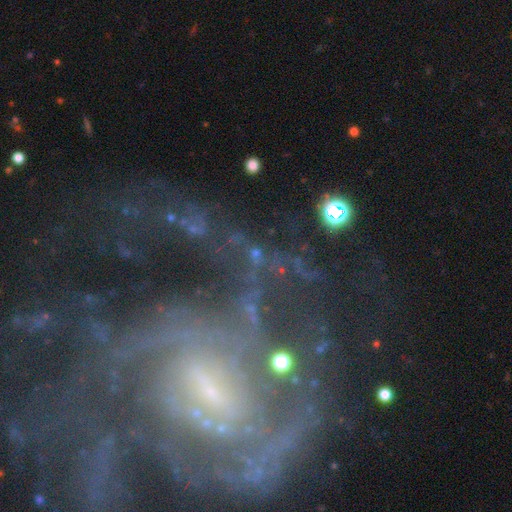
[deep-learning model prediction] Smooth or featured: star or artifact — 43% (featured or disk — 36%)